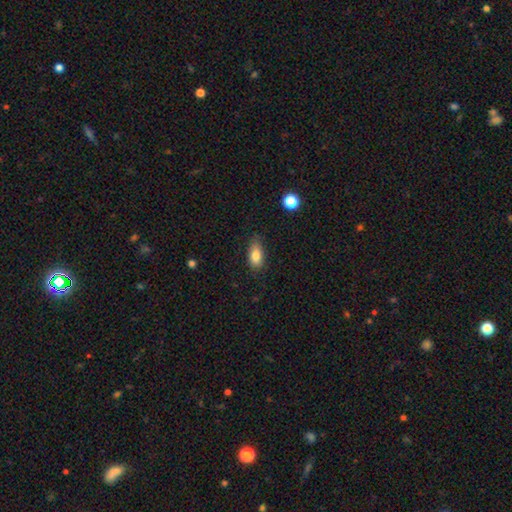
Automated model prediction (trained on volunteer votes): Smooth or featured? smooth (83%)
How rounded? in between (86%)
Merging? none (72%)